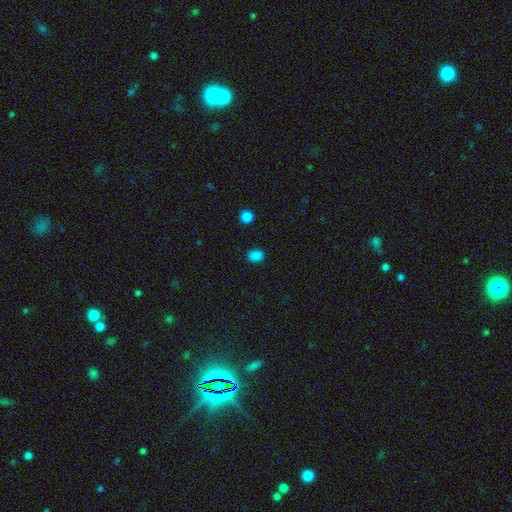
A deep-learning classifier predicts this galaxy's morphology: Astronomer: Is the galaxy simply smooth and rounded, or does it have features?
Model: smooth — 83%.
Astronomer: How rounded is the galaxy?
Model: in between — 52% (runner-up: round, 47%).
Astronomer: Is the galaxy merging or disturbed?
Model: none — 87%.